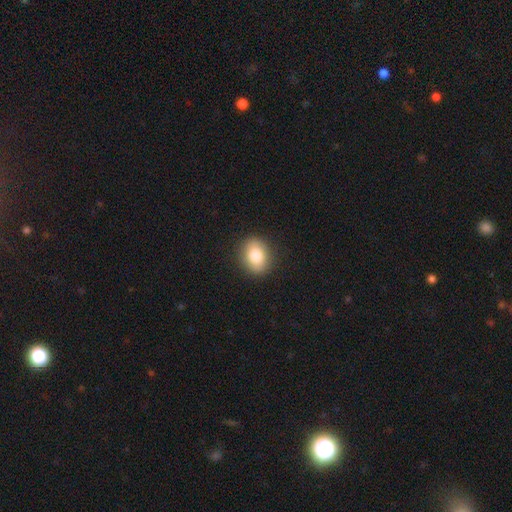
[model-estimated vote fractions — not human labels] Smooth or featured?
  - smooth: 83% *
  - featured or disk: 9%
  - star or artifact: 8%
How rounded?
  - in between: 51% *
  - round: 47%
  - cigar-shaped: 1%
Merging?
  - none: 89% *
  - minor disturbance: 8%
  - major disturbance: 2%
  - merger: 1%